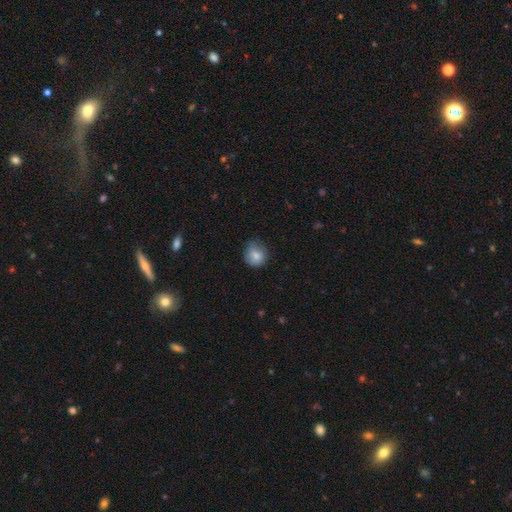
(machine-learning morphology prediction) Smooth or featured? smooth (82%)
How rounded? round (83%)
Merging? none (62%)